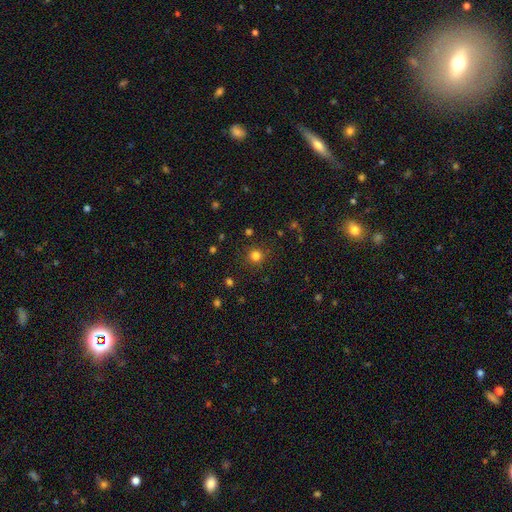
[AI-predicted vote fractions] Smooth or featured? Predicted: smooth (p=0.80). How rounded? Predicted: round (p=0.93). Merging? Predicted: none (p=0.88).